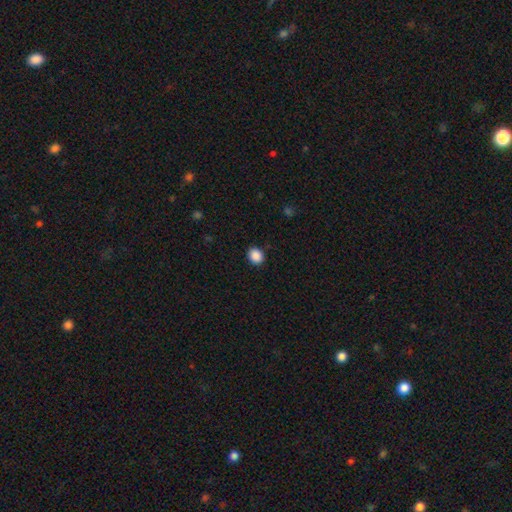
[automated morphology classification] This appears to be a smooth galaxy with no disk features (89%) that is round (66%). Merging: none (89%).